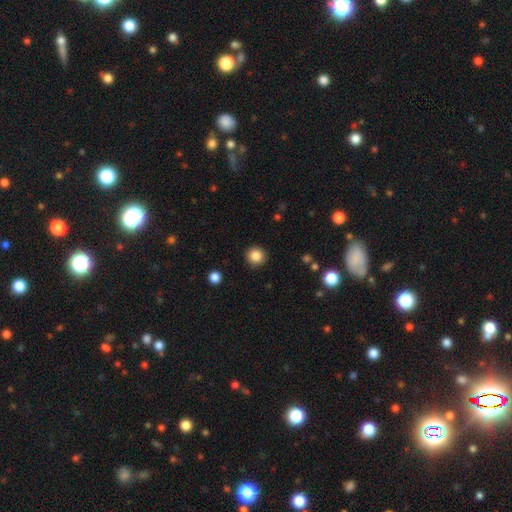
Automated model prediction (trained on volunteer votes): This appears to be a smooth galaxy with no disk features (85%) that is round (94%). Merging: none (91%).